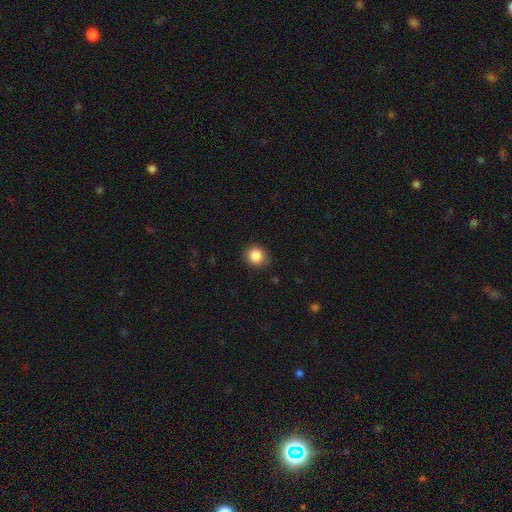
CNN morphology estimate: type=smooth (86%); roundness=round (85%); merging=none (86%).